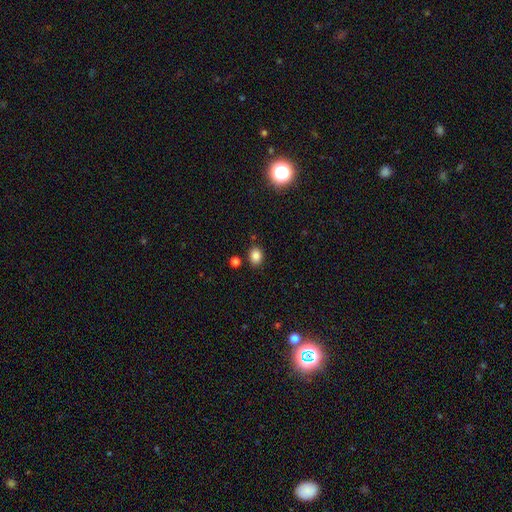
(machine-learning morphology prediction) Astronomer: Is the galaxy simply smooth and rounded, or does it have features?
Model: smooth — 84%.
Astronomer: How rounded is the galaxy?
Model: in between — 60% (runner-up: round, 39%).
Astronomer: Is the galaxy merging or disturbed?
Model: none — 82%.